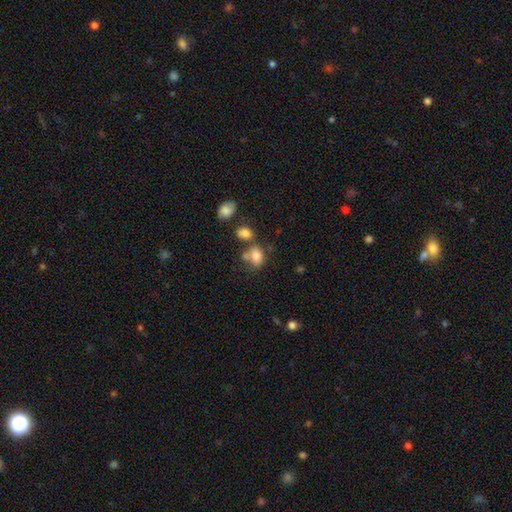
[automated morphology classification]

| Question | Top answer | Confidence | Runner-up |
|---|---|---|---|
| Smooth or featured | smooth | 78% | featured or disk (12%) |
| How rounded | in between | 66% | round (33%) |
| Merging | none | 50% | merger (26%) |